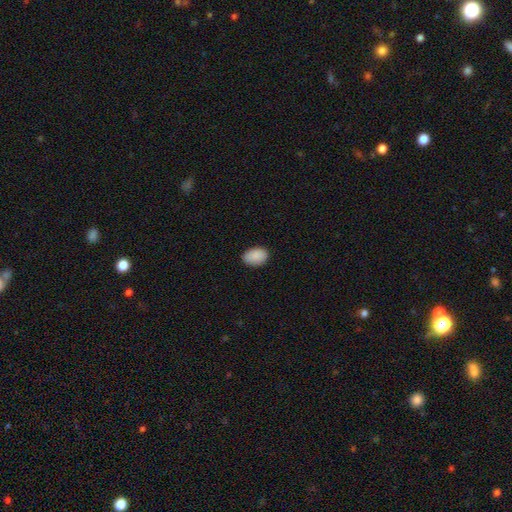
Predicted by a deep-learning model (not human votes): Smooth or featured? Predicted: smooth (p=0.90). How rounded? Predicted: in between (p=0.82). Merging? Predicted: none (p=0.85).